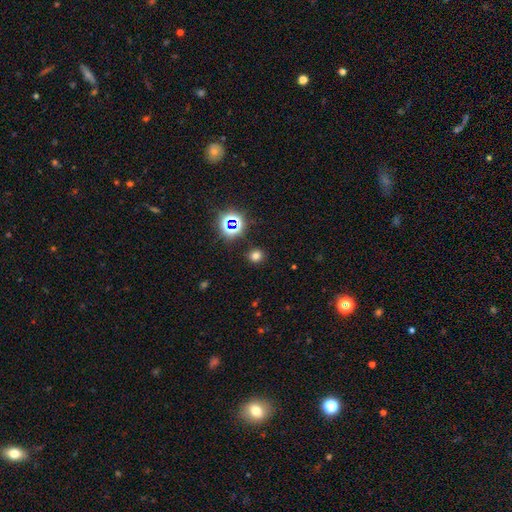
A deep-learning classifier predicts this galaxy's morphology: Q: Smooth or featured?
A: smooth (70%); runner-up: star or artifact (24%)
Q: How rounded?
A: round (84%); runner-up: in between (14%)
Q: Merging?
A: none (88%); runner-up: minor disturbance (7%)